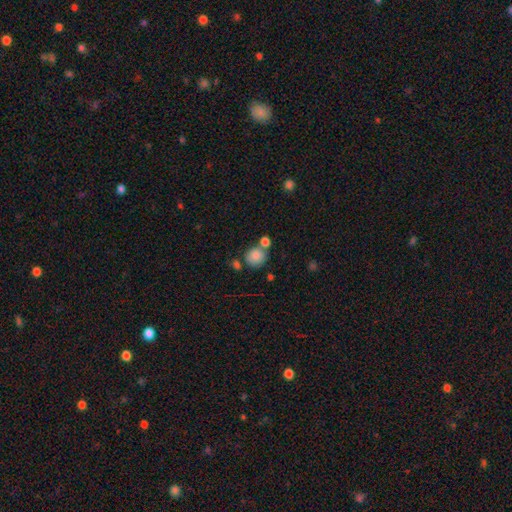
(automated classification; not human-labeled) Overall: smooth (83%). How rounded: round (83%). Merging: none (60%; merger 24%).